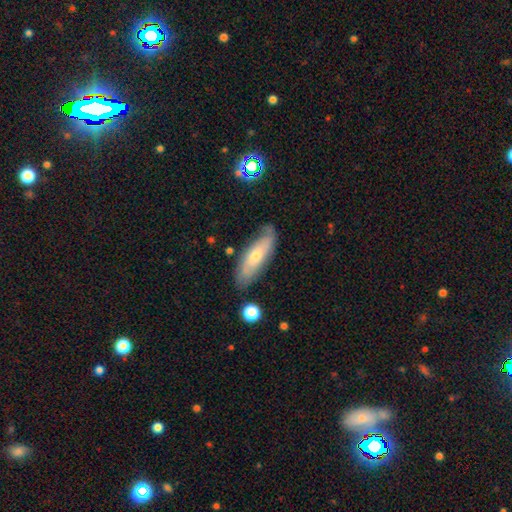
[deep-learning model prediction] Morphology: type=smooth (48%); merging=none (74%).